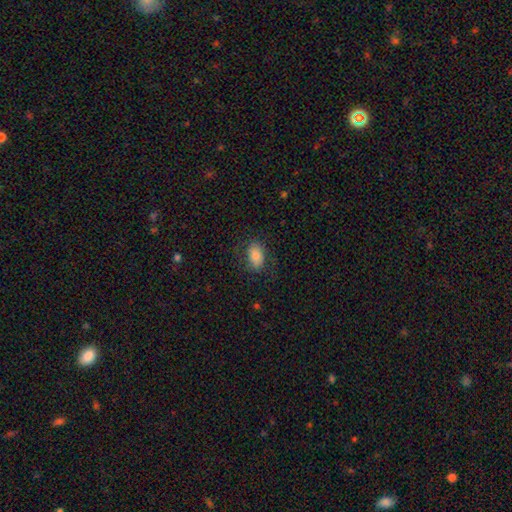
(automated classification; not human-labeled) smooth_or_featured: smooth (p=0.78) [alt: featured or disk p=0.14]
how_rounded: in between (p=0.89) [alt: round p=0.09]
merging: none (p=0.73) [alt: minor disturbance p=0.17]